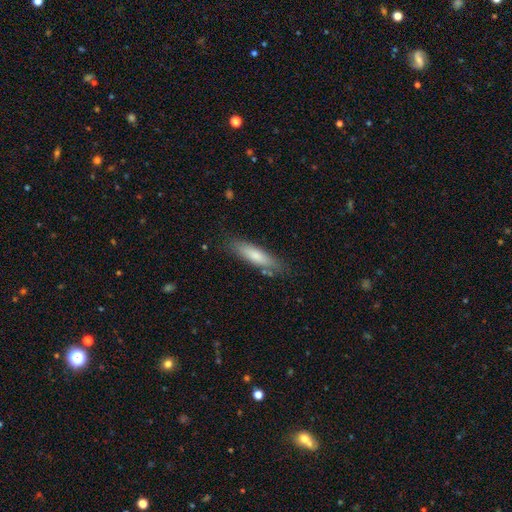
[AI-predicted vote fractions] smooth 75%, featured or disk 19%, star or artifact 6%. Down the decision tree: how rounded — cigar-shaped (67%); merging — none (80%).